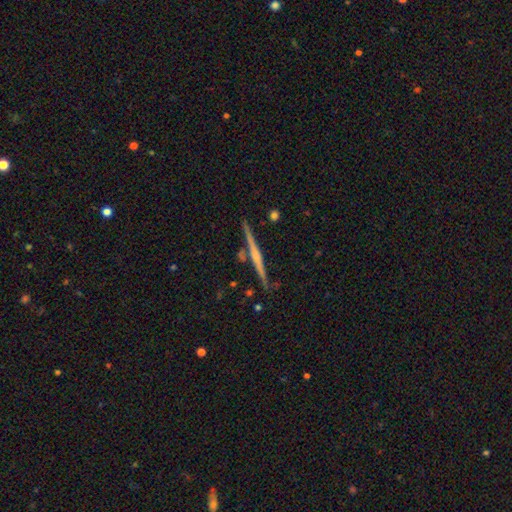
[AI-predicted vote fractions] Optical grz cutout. It shows a featured or disk galaxy (74%) viewed edge-on (98%) with a rounded central bulge (52%). Merging: none (86%).